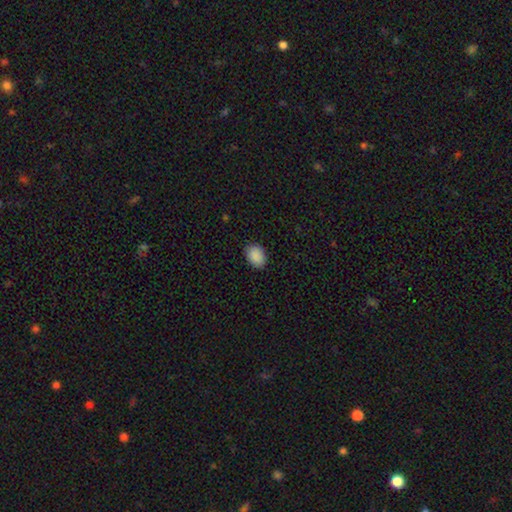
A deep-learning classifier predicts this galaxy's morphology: This is clearly a smooth galaxy (90%). How rounded: likely in between (79%). Merging: clearly none (87%).